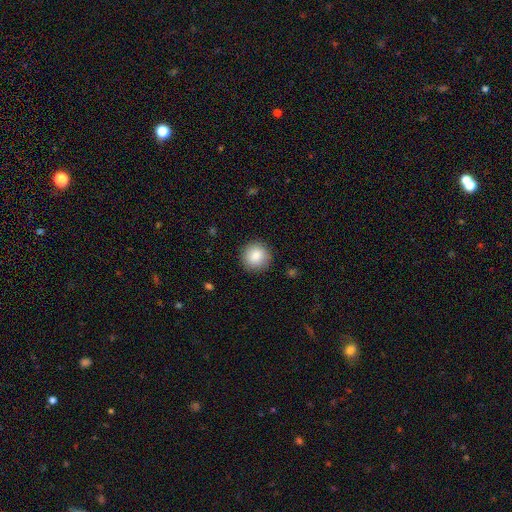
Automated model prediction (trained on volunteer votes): Morphology: type=smooth (87%); roundness=round (92%); merging=none (90%).